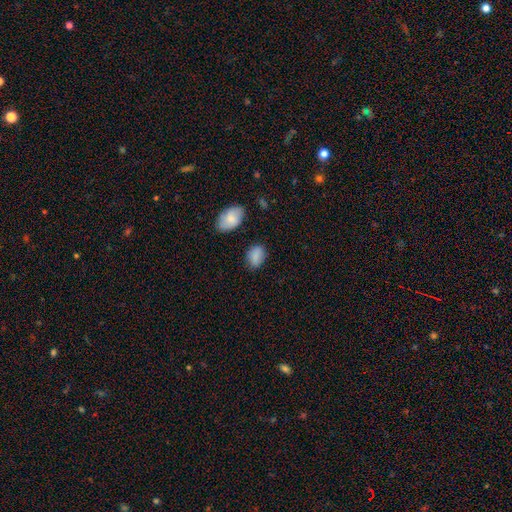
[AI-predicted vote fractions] Morphology: type=smooth (86%); roundness=in between (81%); merging=none (75%).